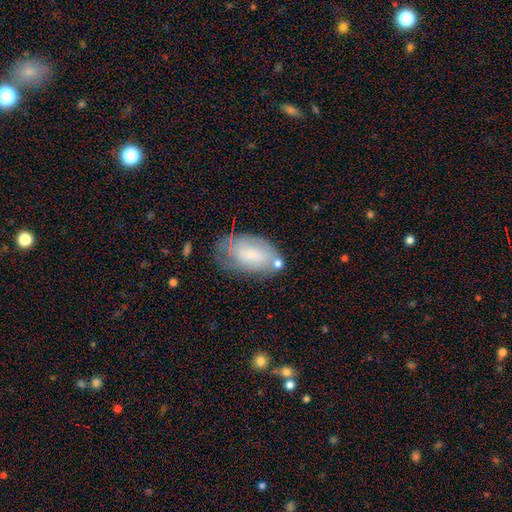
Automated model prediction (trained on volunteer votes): A featured or disk galaxy (46%).

Vote fractions:
- Smooth or featured? featured or disk: 46% / smooth: 44% / star or artifact: 9%
- Merging? none: 61% / minor disturbance: 24% / major disturbance: 9% / merger: 6%